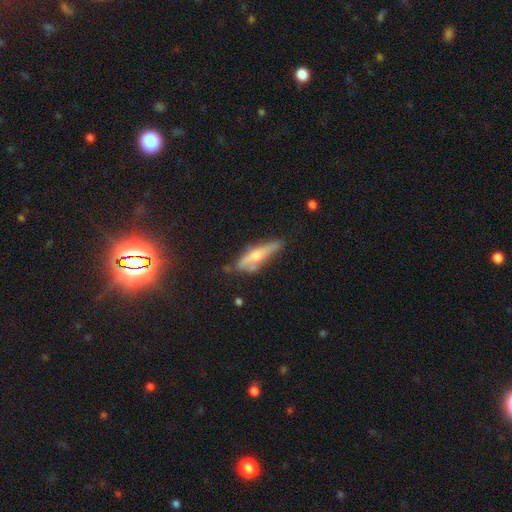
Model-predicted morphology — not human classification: A featured or disk galaxy (54%) viewed edge-on (85%).

Vote fractions:
- Smooth or featured? featured or disk: 54% / smooth: 38% / star or artifact: 8%
- Edge-on disk? yes: 85% / no: 15%
- Merging? none: 59% / minor disturbance: 25% / major disturbance: 9% / merger: 7%